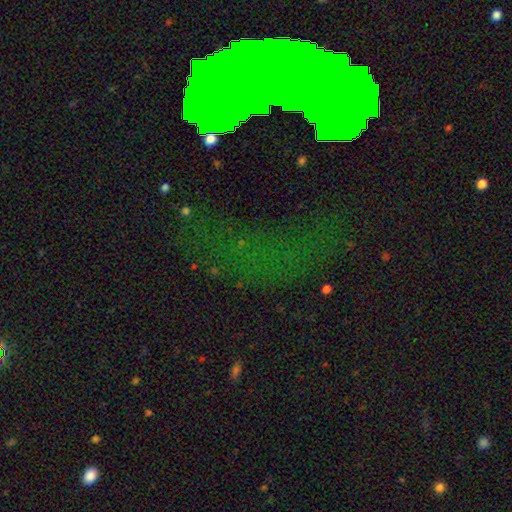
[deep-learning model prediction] A star or artifact, not a galaxy (51%).

Vote fractions:
- Smooth or featured? star or artifact: 51% / featured or disk: 30% / smooth: 19%